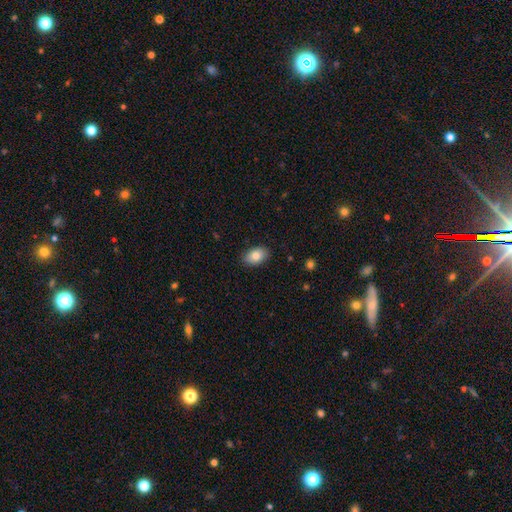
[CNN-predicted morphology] Smooth or featured: smooth — 82% (featured or disk — 10%)
How rounded: in between — 90% (round — 9%)
Merging: none — 88% (minor disturbance — 9%)